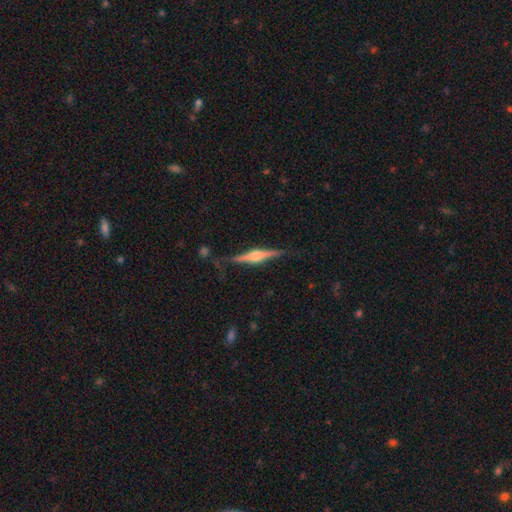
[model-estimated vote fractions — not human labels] Smooth or featured?
  - featured or disk: 80% *
  - smooth: 14%
  - star or artifact: 6%
Edge-on disk?
  - yes: 98% *
  - no: 2%
Edge-on bulge?
  - rounded: 89% *
  - boxy: 8%
  - none: 3%
Merging?
  - none: 81% *
  - minor disturbance: 13%
  - major disturbance: 3%
  - merger: 2%